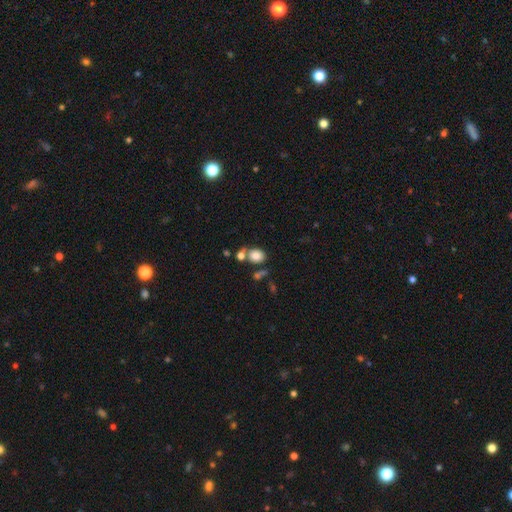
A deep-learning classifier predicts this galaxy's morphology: smooth-or-featured: smooth: 81% | star or artifact: 11% | featured or disk: 8%
  how-rounded: in between: 50% | round: 49% | cigar-shaped: 1%
  merging: none: 54% | merger: 27% | minor disturbance: 13% | major disturbance: 6%